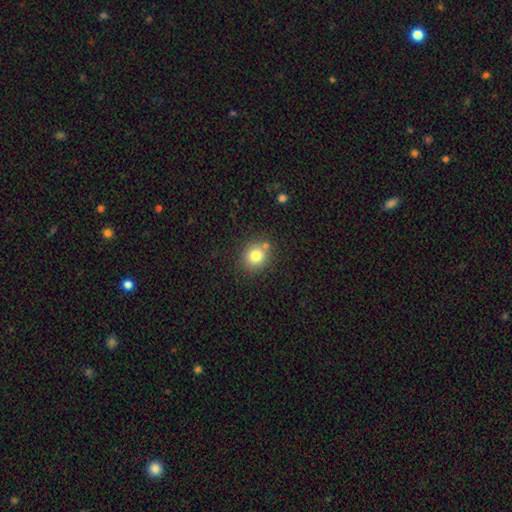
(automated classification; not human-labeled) Overall: smooth (79%). How rounded: round (80%). Merging: none (77%).